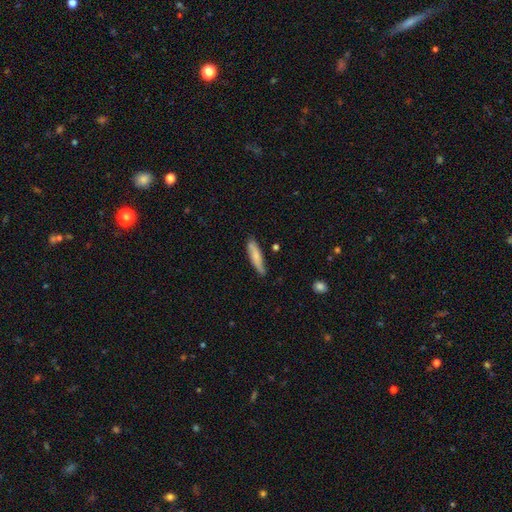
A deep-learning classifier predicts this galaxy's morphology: A smooth galaxy with no disk features (74%) that is cigar-shaped (77%). Merging: none (76%).